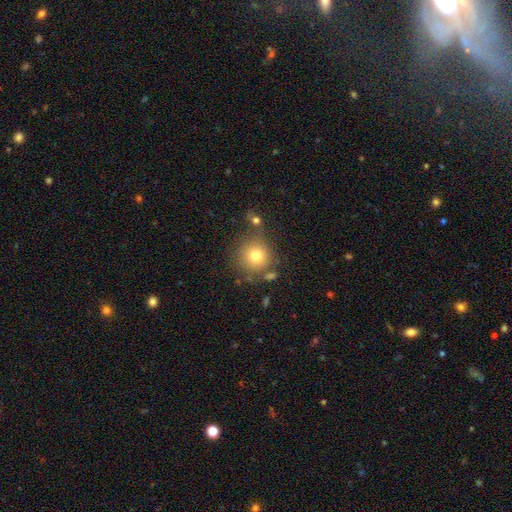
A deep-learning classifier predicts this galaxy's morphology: smooth-or-featured: smooth: 77% | star or artifact: 12% | featured or disk: 11%
  how-rounded: round: 93% | in between: 6% | cigar-shaped: 1%
  merging: none: 74% | minor disturbance: 12% | merger: 9% | major disturbance: 5%